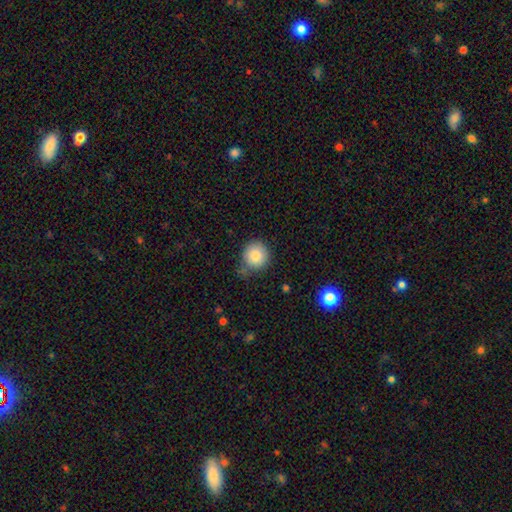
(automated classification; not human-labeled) Q: Smooth or featured?
A: smooth (85%); runner-up: star or artifact (9%)
Q: How rounded?
A: round (90%); runner-up: in between (10%)
Q: Merging?
A: none (65%); runner-up: minor disturbance (24%)